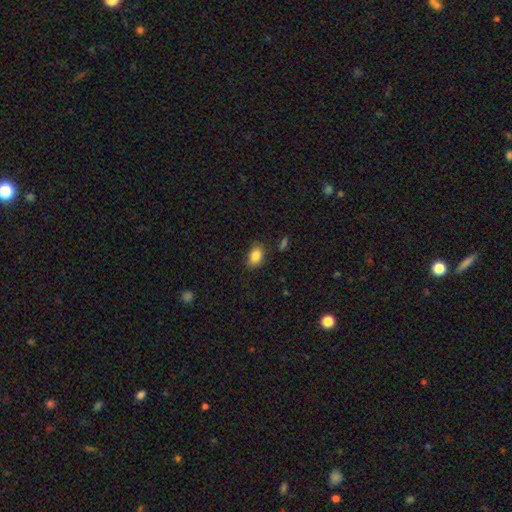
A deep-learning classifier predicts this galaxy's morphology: The model was most divided on "how rounded": in between: 82%, round: 16%, cigar-shaped: 2%. More confident: smooth or featured — smooth (84%); merging — none (81%).